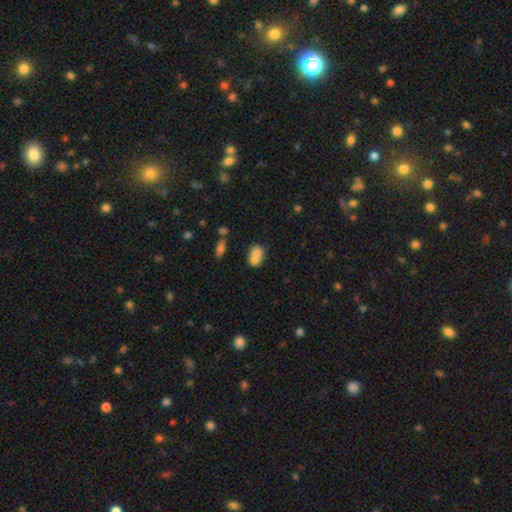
Q: Smooth or featured?
A: smooth (82%); runner-up: featured or disk (10%)
Q: How rounded?
A: round (56%); runner-up: in between (41%)
Q: Merging?
A: merger (67%); runner-up: none (19%)